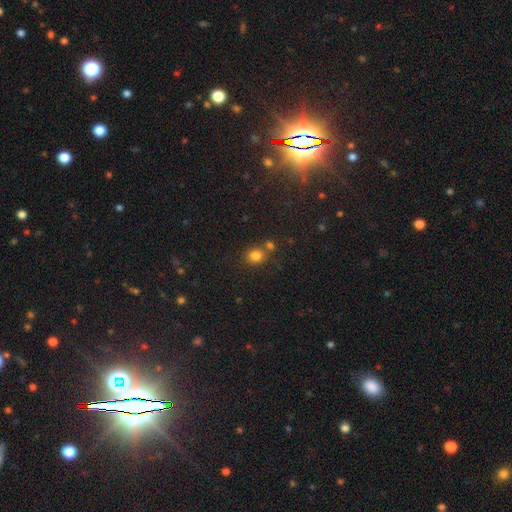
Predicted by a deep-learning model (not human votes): Overall: smooth (80%). How rounded: round (73%). Merging: none (64%).